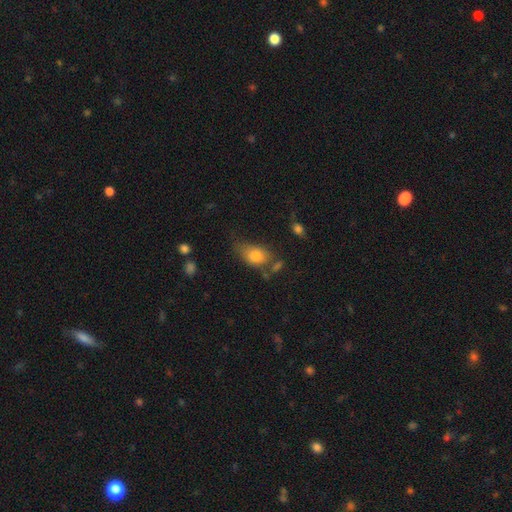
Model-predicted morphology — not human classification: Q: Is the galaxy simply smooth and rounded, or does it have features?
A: smooth — 79%.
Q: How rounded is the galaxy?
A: in between — 76%.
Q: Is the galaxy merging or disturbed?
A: none — 44%.